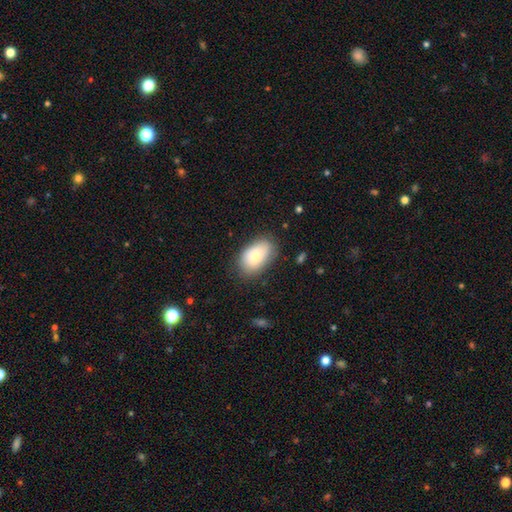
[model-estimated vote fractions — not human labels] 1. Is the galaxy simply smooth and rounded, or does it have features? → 79% smooth, 14% featured or disk, 7% star or artifact.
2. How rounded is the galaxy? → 92% in between, 7% round, 1% cigar-shaped.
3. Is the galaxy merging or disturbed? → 79% none, 16% minor disturbance, 4% major disturbance, 1% merger.